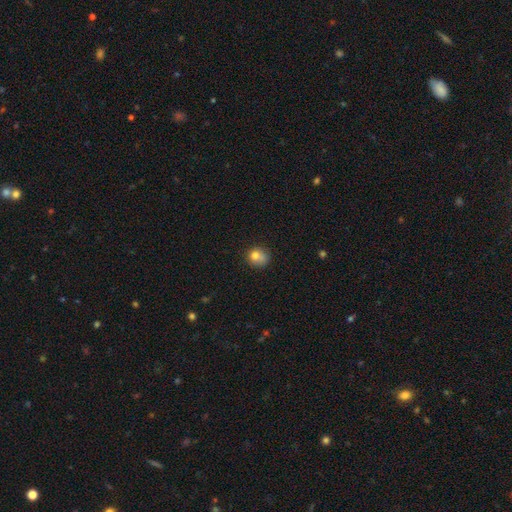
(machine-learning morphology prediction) A smooth galaxy with no disk features (76%) that is round (75%).

Vote fractions:
- Smooth or featured? smooth: 76% / featured or disk: 12% / star or artifact: 11%
- How rounded? round: 75% / in between: 24% / cigar-shaped: 1%
- Merging? none: 54% / minor disturbance: 24% / merger: 13% / major disturbance: 9%